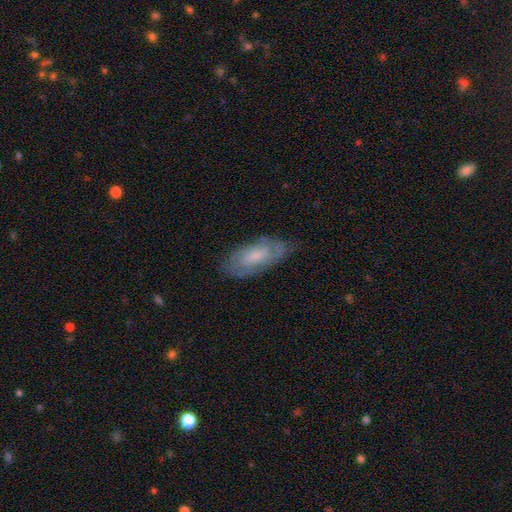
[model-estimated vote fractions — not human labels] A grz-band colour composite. It shows a featured or disk galaxy (54%). Merging: none (74%).